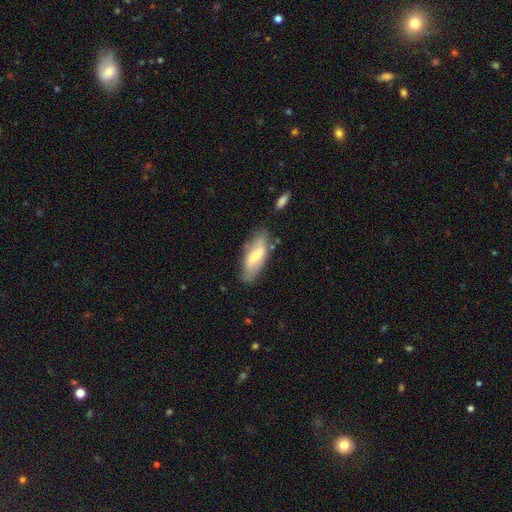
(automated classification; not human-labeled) A smooth galaxy with no disk features (54%) that is in between round and cigar-shaped (75%). Merging: none (69%).